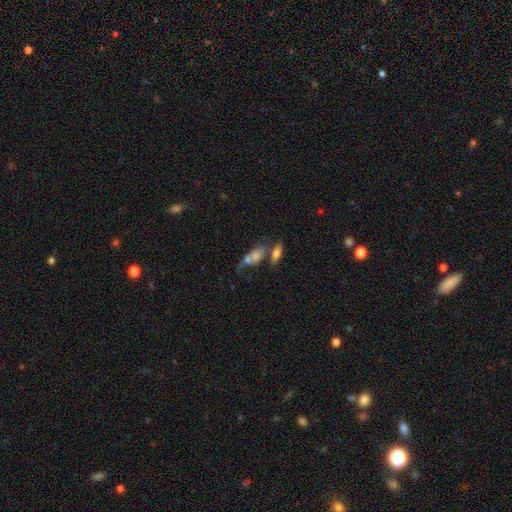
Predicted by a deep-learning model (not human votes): Smooth or featured?
  - smooth: 59% *
  - featured or disk: 30%
  - star or artifact: 11%
How rounded?
  - in between: 78% *
  - round: 12%
  - cigar-shaped: 10%
Merging?
  - merger: 44% *
  - none: 27%
  - major disturbance: 16%
  - minor disturbance: 14%